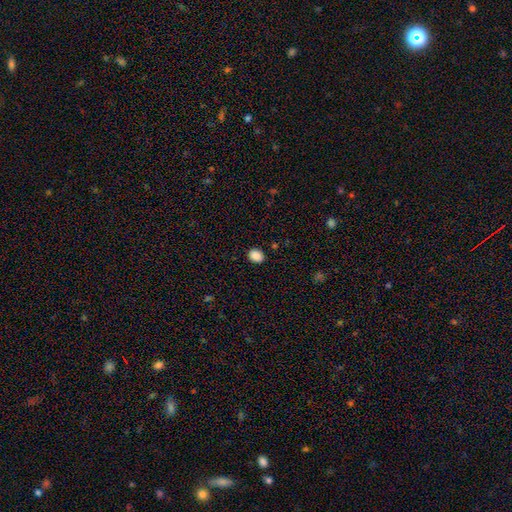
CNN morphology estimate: This appears to be a smooth galaxy with no disk features (88%) that is round (54%). Merging: none (89%).